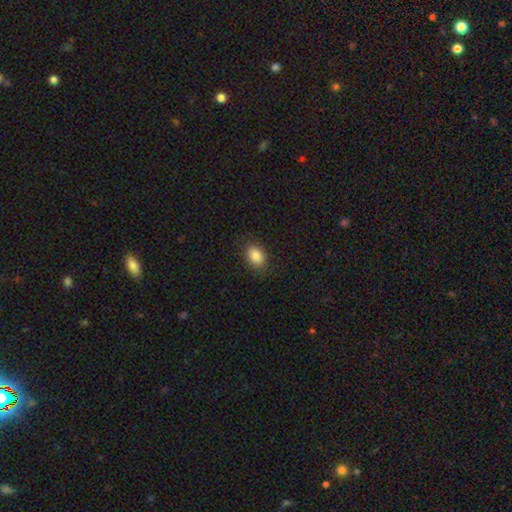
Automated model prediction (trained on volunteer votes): The model was most divided on "how rounded": in between: 72%, round: 27%, cigar-shaped: 1%. More confident: merging — none (87%); smooth or featured — smooth (86%).